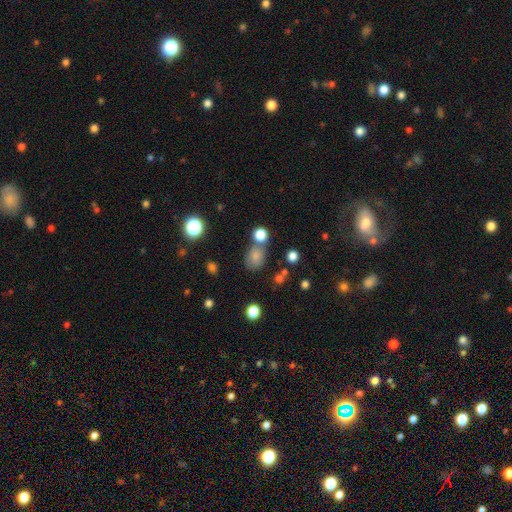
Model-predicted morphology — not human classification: Smooth or featured: smooth — 76% (star or artifact — 15%)
How rounded: in between — 53% (round — 46%)
Merging: none — 58% (merger — 20%)